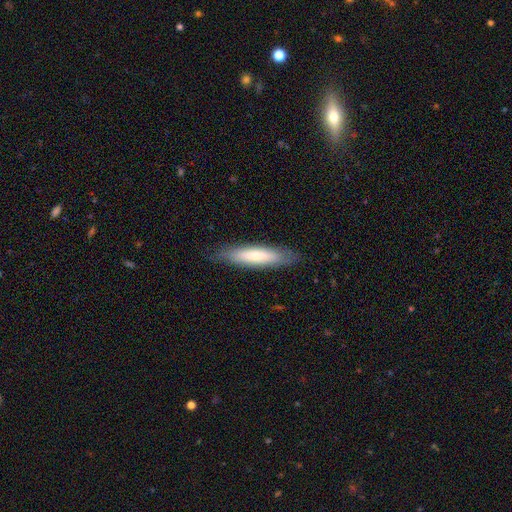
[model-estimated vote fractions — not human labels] Smooth or featured?
  - smooth: 71% *
  - featured or disk: 23%
  - star or artifact: 5%
How rounded?
  - cigar-shaped: 79% *
  - in between: 19%
  - round: 1%
Merging?
  - none: 85% *
  - minor disturbance: 11%
  - major disturbance: 2%
  - merger: 1%